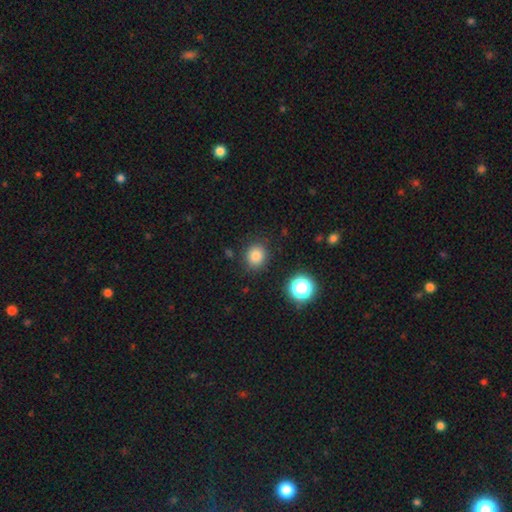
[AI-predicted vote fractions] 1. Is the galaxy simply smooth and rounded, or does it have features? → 82% smooth, 13% star or artifact, 5% featured or disk.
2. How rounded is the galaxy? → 81% round, 18% in between, 1% cigar-shaped.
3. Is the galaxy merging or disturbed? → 87% none, 8% minor disturbance, 3% major disturbance, 2% merger.